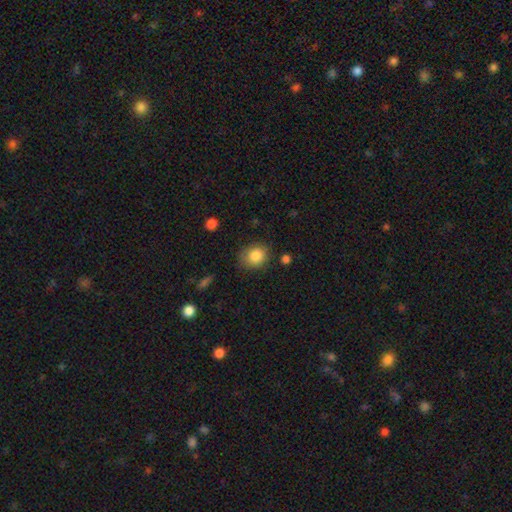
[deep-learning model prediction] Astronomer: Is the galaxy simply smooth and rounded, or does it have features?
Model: smooth — 84%.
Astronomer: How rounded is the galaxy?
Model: round — 68%.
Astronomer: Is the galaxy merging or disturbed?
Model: none — 76%.